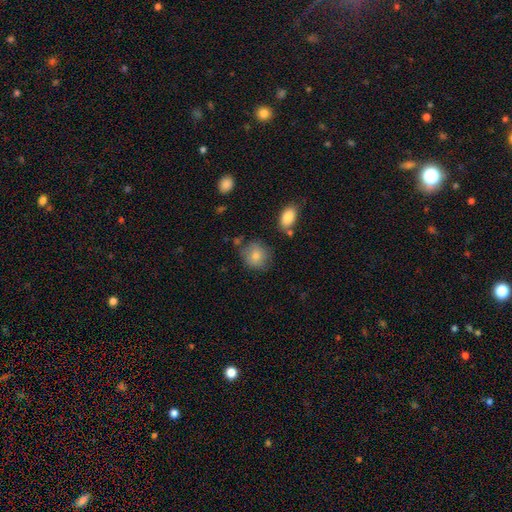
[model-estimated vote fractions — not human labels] Q: Smooth or featured?
A: smooth (81%); runner-up: featured or disk (11%)
Q: How rounded?
A: round (80%); runner-up: in between (19%)
Q: Merging?
A: none (74%); runner-up: minor disturbance (16%)